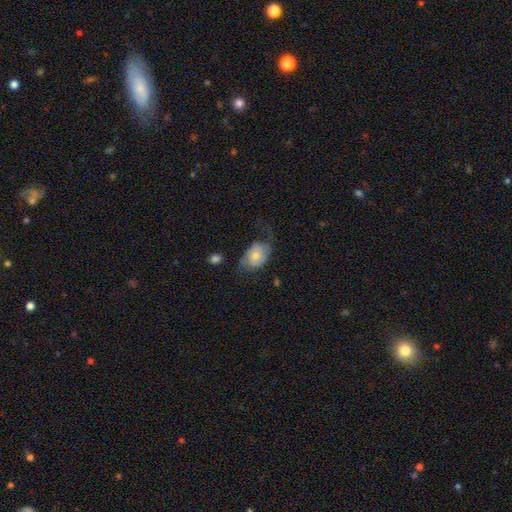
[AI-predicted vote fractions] A featured or disk galaxy (53%) with no bar (72%), spiral arms (81%) and a moderate central bulge (57%). Merging: none (44%).